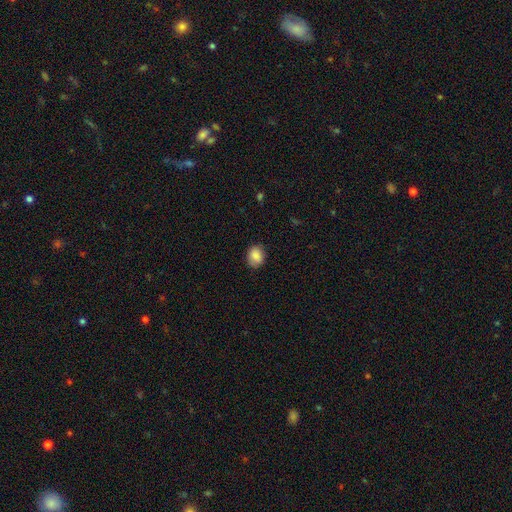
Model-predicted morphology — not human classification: This appears to be a smooth galaxy with no disk features (86%) that is round (50%). Merging: none (80%).